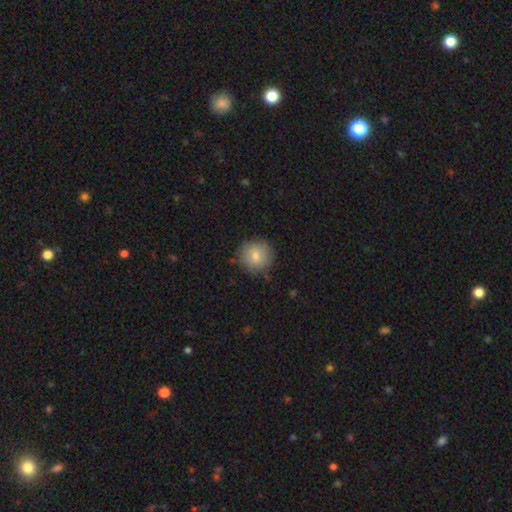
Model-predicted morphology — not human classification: A smooth galaxy with no disk features (78%) that is round (92%). Merging: none (84%).